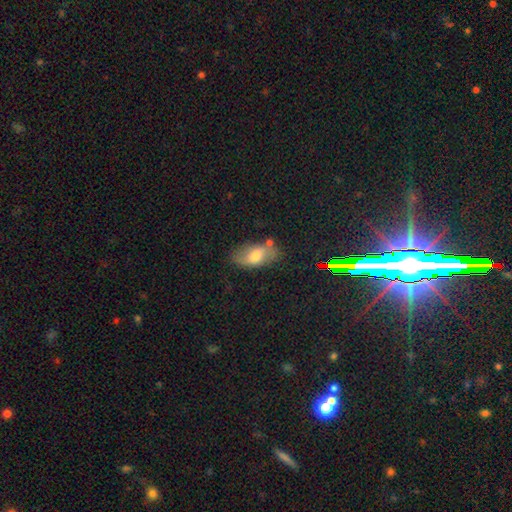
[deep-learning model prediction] smooth_or_featured: smooth (p=0.63) [alt: featured or disk p=0.28]
how_rounded: in between (p=0.90) [alt: cigar-shaped p=0.06]
merging: none (p=0.69) [alt: minor disturbance p=0.20]